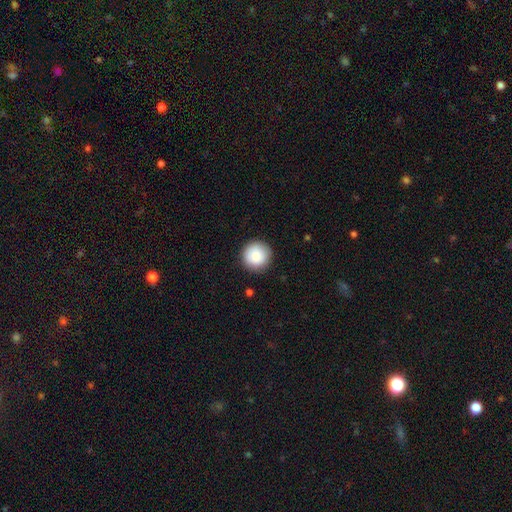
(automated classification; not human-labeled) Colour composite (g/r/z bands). It shows a smooth galaxy with no disk features (86%) that is round (96%). Merging: none (90%).